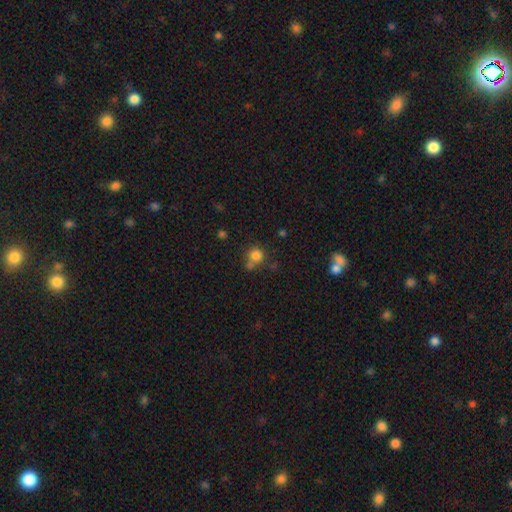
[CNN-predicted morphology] smooth_or_featured: smooth (p=0.80) [alt: star or artifact p=0.13]
how_rounded: round (p=0.88) [alt: in between p=0.11]
merging: none (p=0.58) [alt: merger p=0.23]